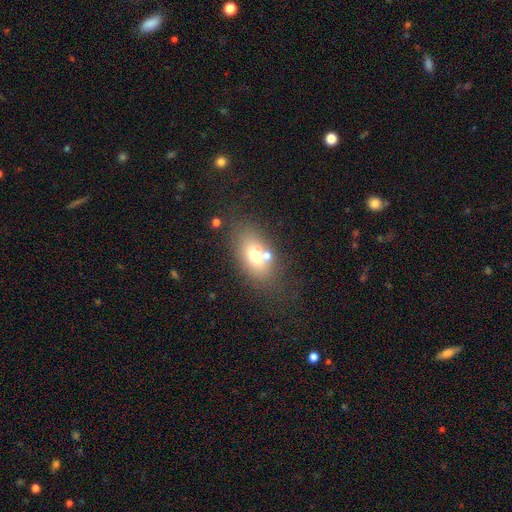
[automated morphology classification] smooth-or-featured: smooth: 65% | featured or disk: 23% | star or artifact: 12%
  how-rounded: in between: 81% | round: 16% | cigar-shaped: 3%
  merging: none: 57% | merger: 22% | minor disturbance: 14% | major disturbance: 8%